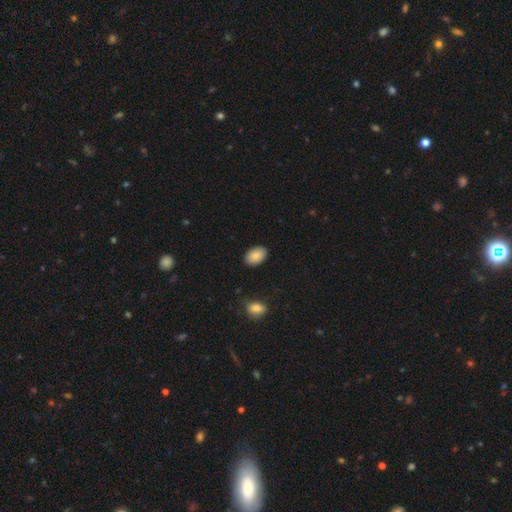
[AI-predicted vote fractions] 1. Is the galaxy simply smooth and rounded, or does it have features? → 83% smooth, 9% featured or disk, 7% star or artifact.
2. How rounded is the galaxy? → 88% in between, 11% round, 1% cigar-shaped.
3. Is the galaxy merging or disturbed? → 88% none, 9% minor disturbance, 2% major disturbance, 1% merger.